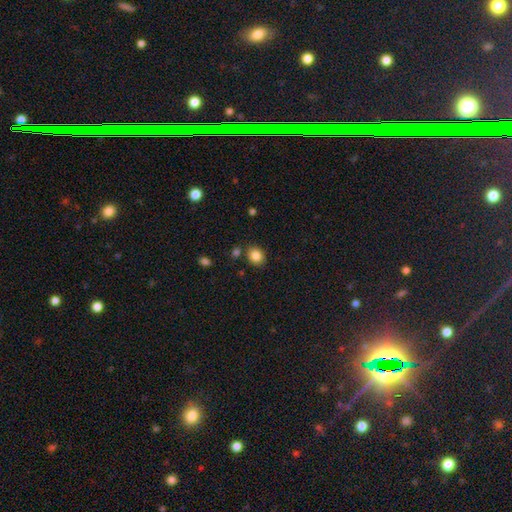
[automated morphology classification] smooth 85%, star or artifact 10%, featured or disk 6%. Down the decision tree: how rounded — round (59%); merging — none (82%).